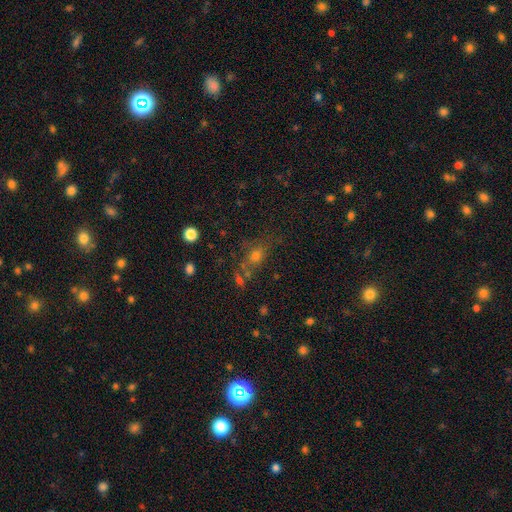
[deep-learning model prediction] The model was most divided on "how rounded": in between: 53%, round: 40%, cigar-shaped: 8%. More confident: smooth or featured — smooth (58%); merging — none (56%).